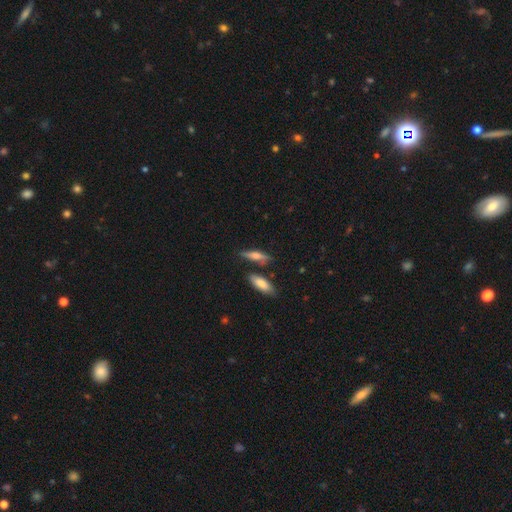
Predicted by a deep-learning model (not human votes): Q: Smooth or featured?
A: smooth (58%); runner-up: featured or disk (34%)
Q: How rounded?
A: cigar-shaped (60%); runner-up: in between (36%)
Q: Merging?
A: none (72%); runner-up: minor disturbance (14%)